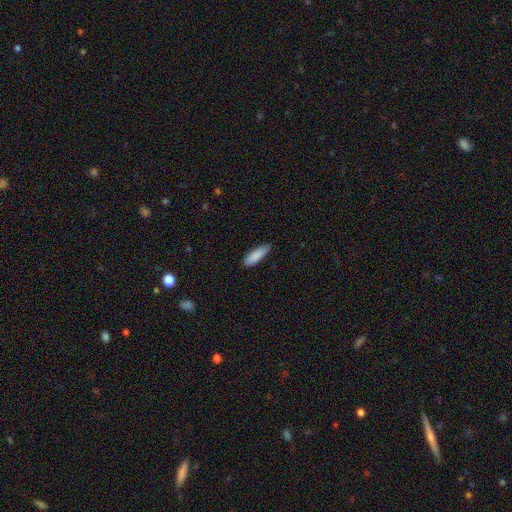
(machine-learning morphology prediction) type=smooth (88%); roundness=cigar-shaped (58%); merging=none (82%).